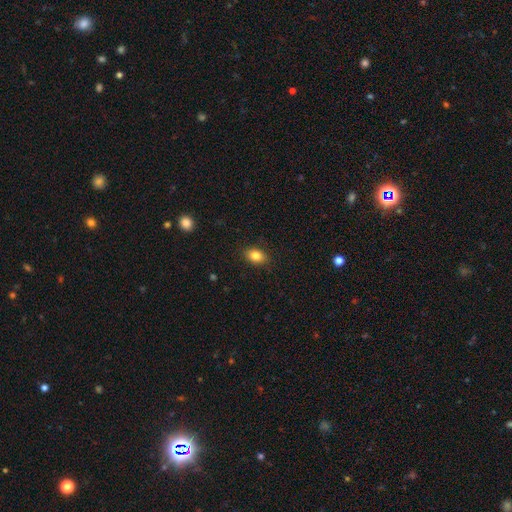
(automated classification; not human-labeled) The model was most divided on "how rounded": in between: 77%, round: 21%, cigar-shaped: 1%. More confident: merging — none (88%); smooth or featured — smooth (83%).